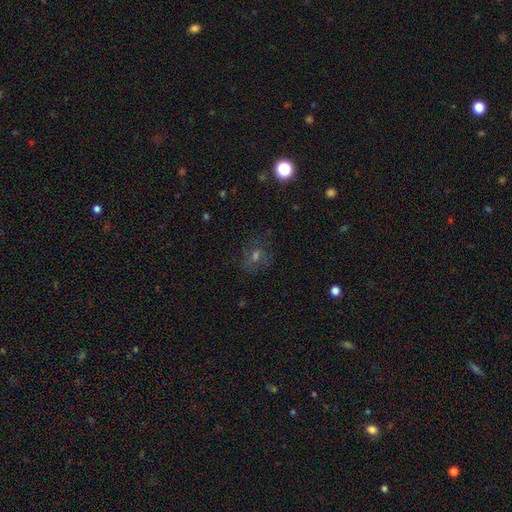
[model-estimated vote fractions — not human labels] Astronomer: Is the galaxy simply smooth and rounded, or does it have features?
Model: smooth — 38% (runner-up: featured or disk, 32%).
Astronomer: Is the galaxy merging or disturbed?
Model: none — 74%.